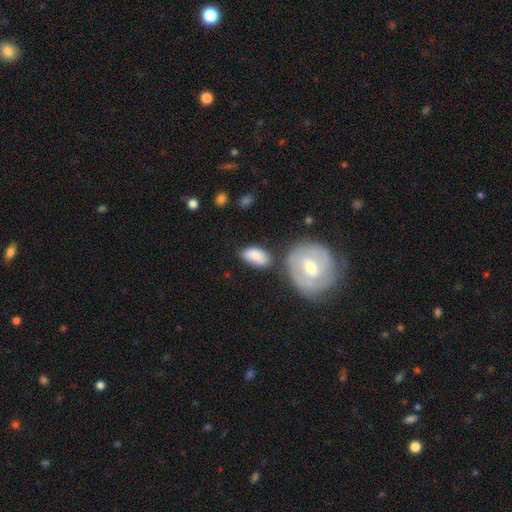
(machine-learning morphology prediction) Smooth or featured: smooth — 77% (featured or disk — 17%)
How rounded: in between — 91% (round — 6%)
Merging: none — 54% (minor disturbance — 23%)